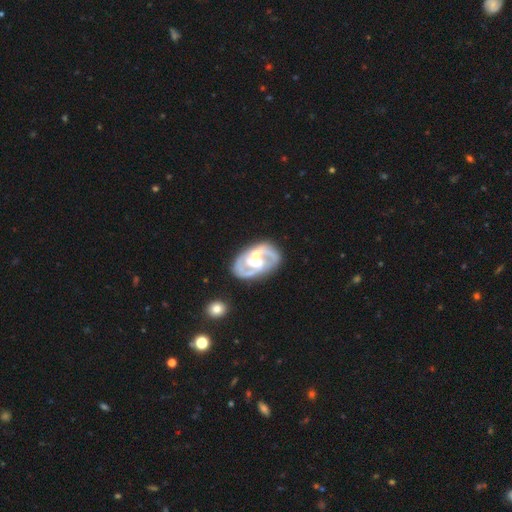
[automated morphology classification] Smooth or featured: featured or disk — 89% (smooth — 7%)
Edge-on disk: no — 97% (yes — 3%)
Bar: weak — 40% (no — 30%)
Spiral arms: yes — 94% (no — 6%)
Spiral winding: medium — 54% (tight — 30%)
Spiral arm count: 2 — 84% (3 — 6%)
Bulge size: moderate — 66% (small — 24%)
Merging: none — 66% (minor disturbance — 16%)